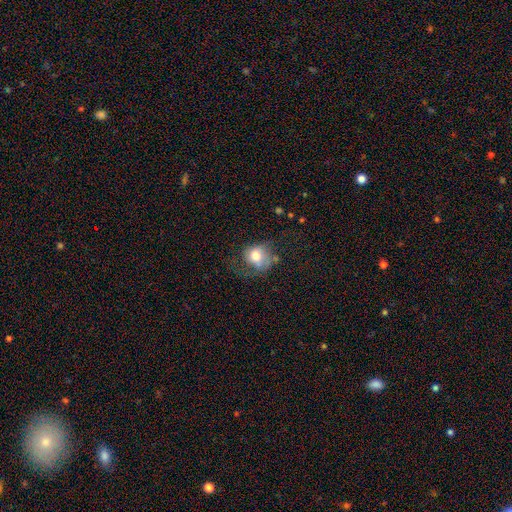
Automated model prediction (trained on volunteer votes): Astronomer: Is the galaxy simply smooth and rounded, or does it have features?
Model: smooth — 67%.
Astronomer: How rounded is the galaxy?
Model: round — 65%.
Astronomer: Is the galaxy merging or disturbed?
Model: none — 37% (runner-up: major disturbance, 31%).